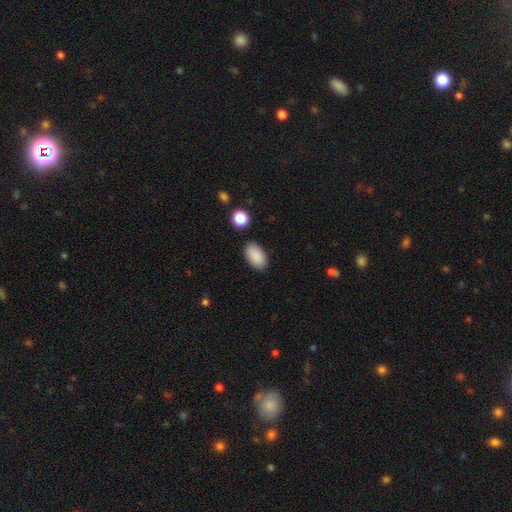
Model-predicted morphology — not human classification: Smooth or featured: smooth — 89% (star or artifact — 7%)
How rounded: in between — 94% (round — 5%)
Merging: none — 85% (minor disturbance — 10%)